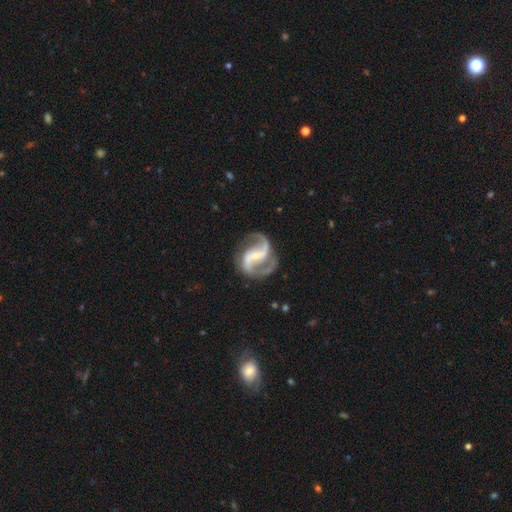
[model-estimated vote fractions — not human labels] Smooth or featured?
  - featured or disk: 92% *
  - star or artifact: 4%
  - smooth: 4%
Edge-on disk?
  - no: 98% *
  - yes: 2%
Bar?
  - strong: 44% *
  - weak: 36%
  - no: 20%
Spiral arms?
  - yes: 98% *
  - no: 2%
Spiral winding?
  - medium: 57% *
  - loose: 30%
  - tight: 13%
Spiral arm count?
  - 2: 92% *
  - 3: 2%
  - can't tell: 2%
  - 1: 2%
  - 4: 1%
  - more than 4: 1%
Bulge size?
  - small: 64% *
  - moderate: 29%
  - none: 4%
  - large: 2%
  - dominant: 1%
Merging?
  - none: 75% *
  - minor disturbance: 15%
  - major disturbance: 9%
  - merger: 2%